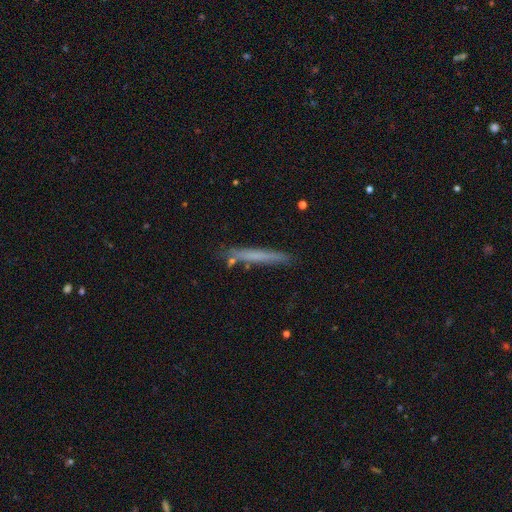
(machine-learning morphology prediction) A smooth galaxy with no disk features (61%) that is cigar-shaped (96%).

Vote fractions:
- Smooth or featured? smooth: 61% / featured or disk: 32% / star or artifact: 8%
- How rounded? cigar-shaped: 96% / in between: 3% / round: 1%
- Merging? none: 83% / minor disturbance: 11% / merger: 3% / major disturbance: 2%